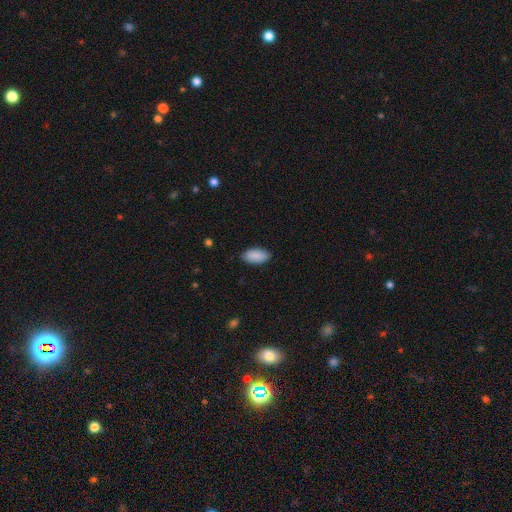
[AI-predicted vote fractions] smooth-or-featured: smooth: 90% | star or artifact: 6% | featured or disk: 4%
  how-rounded: in between: 94% | cigar-shaped: 4% | round: 2%
  merging: none: 87% | minor disturbance: 10% | major disturbance: 2% | merger: 1%